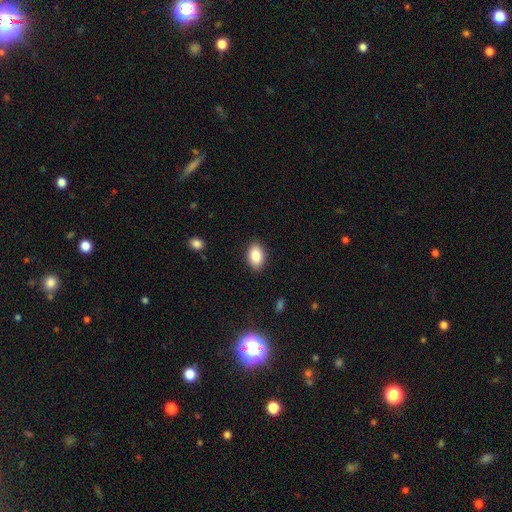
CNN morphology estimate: Smooth or featured? smooth (86%)
How rounded? in between (89%)
Merging? none (88%)